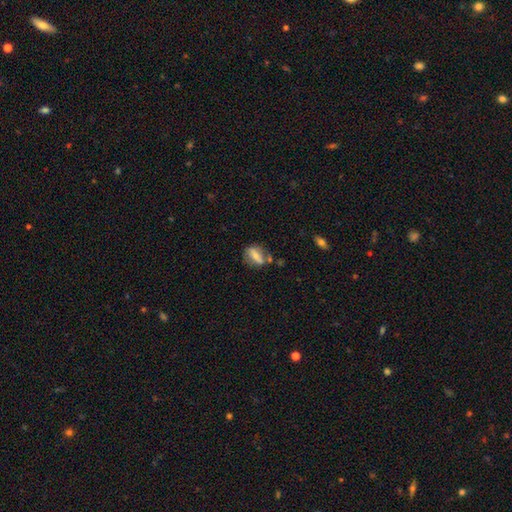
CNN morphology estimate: This is possibly a smooth galaxy (50%). Merging: likely none (61%).